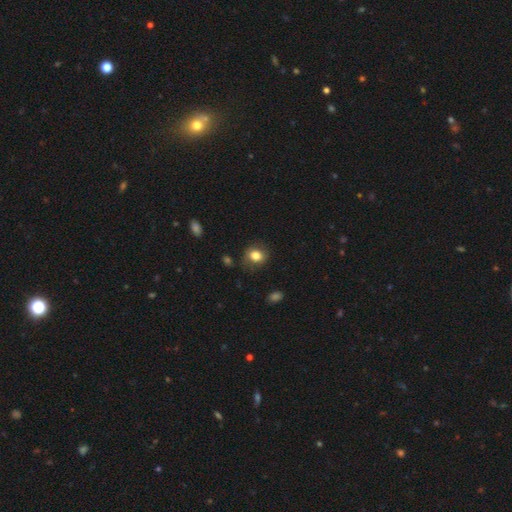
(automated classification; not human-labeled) This appears to be a smooth galaxy with no disk features (81%) that is round (62%). Merging: none (77%).